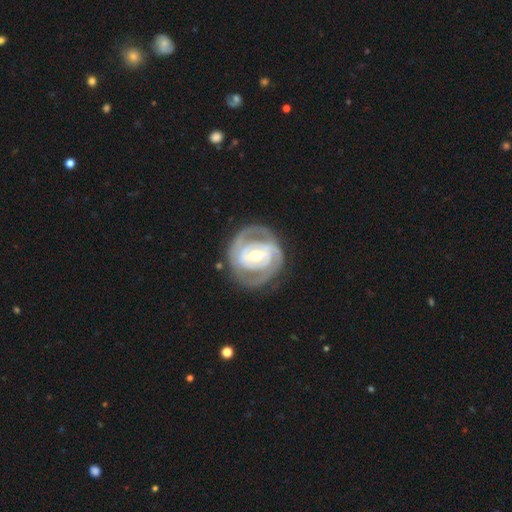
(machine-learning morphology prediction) type=featured or disk (87%); edge-on=no (97%); bar=weak (42%); spiral arms=yes (92%); winding=tight (68%); arm count=2 (63%); bulge=moderate (70%); merging=none (77%).